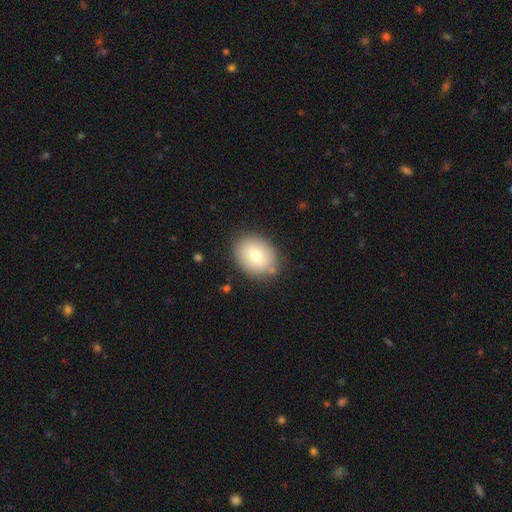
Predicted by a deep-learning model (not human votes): This is likely a smooth galaxy (74%). How rounded: possibly in between (56%). Merging: clearly none (83%).